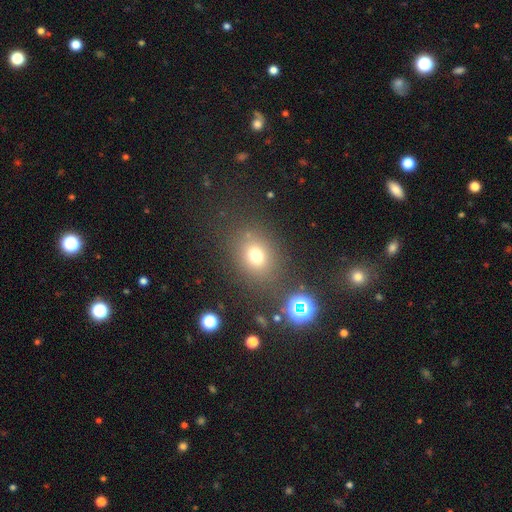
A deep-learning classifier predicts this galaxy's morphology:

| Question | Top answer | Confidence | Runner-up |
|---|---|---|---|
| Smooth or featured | smooth | 73% | star or artifact (18%) |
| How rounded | round | 59% | in between (40%) |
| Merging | none | 78% | minor disturbance (11%) |